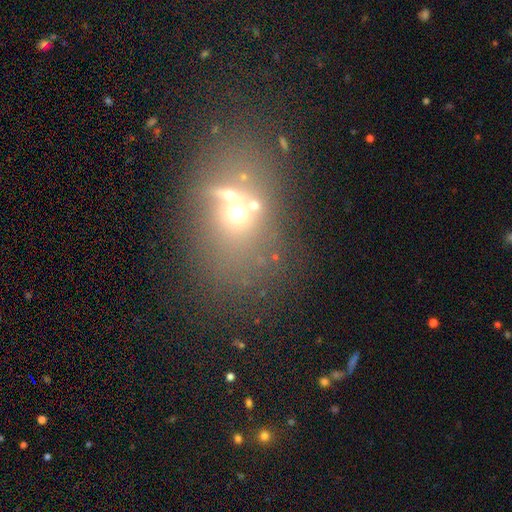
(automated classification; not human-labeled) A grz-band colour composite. It shows a smooth galaxy with no disk features (43%). Merging: none (44%).